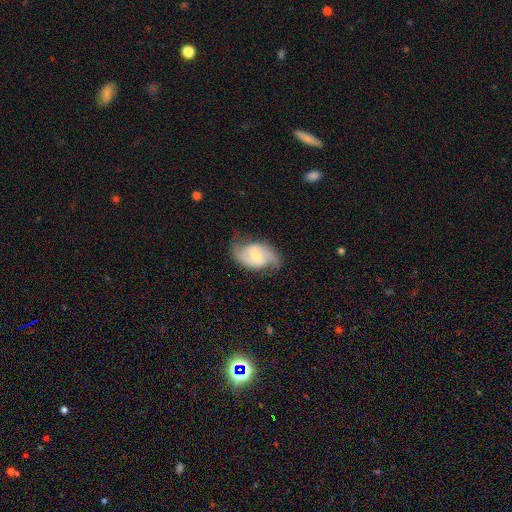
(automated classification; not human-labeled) Smooth or featured?
  - featured or disk: 75% *
  - smooth: 19%
  - star or artifact: 6%
Edge-on disk?
  - no: 97% *
  - yes: 3%
Bar?
  - weak: 52% *
  - no: 32%
  - strong: 16%
Spiral arms?
  - yes: 92% *
  - no: 8%
Spiral winding?
  - medium: 46% *
  - loose: 35%
  - tight: 18%
Spiral arm count?
  - 2: 89% *
  - can't tell: 6%
  - 1: 2%
  - 3: 1%
  - 4: 1%
  - more than 4: 1%
Bulge size?
  - small: 46% *
  - moderate: 44%
  - large: 4%
  - none: 4%
  - dominant: 1%
Merging?
  - none: 70% *
  - minor disturbance: 20%
  - major disturbance: 8%
  - merger: 1%